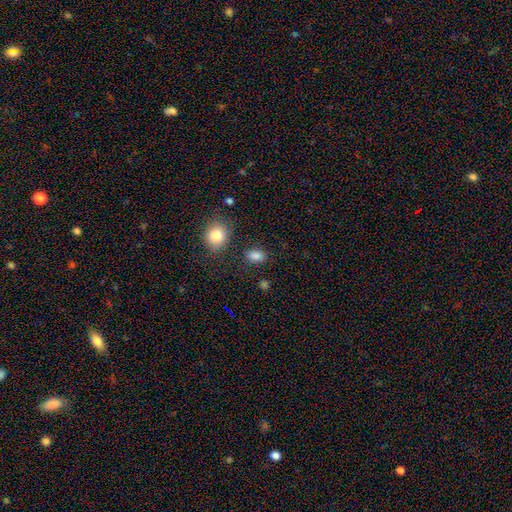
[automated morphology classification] A smooth galaxy with no disk features (85%) that is in between round and cigar-shaped (78%).

Vote fractions:
- Smooth or featured? smooth: 85% / star or artifact: 11% / featured or disk: 5%
- How rounded? in between: 78% / round: 21% / cigar-shaped: 2%
- Merging? none: 83% / minor disturbance: 11% / merger: 3% / major disturbance: 3%